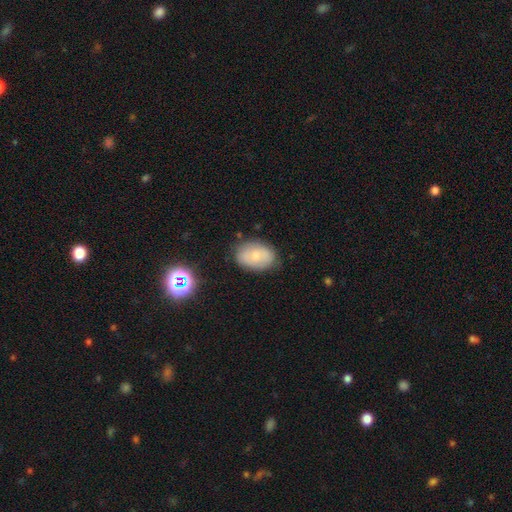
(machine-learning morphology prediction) This is likely a smooth galaxy (65%). How rounded: likely in between (79%). Merging: likely none (77%).